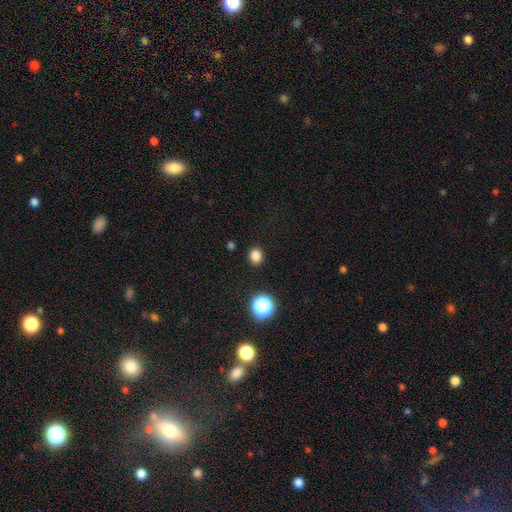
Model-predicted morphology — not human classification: A smooth galaxy with no disk features (83%) that is round (63%). Merging: none (89%).